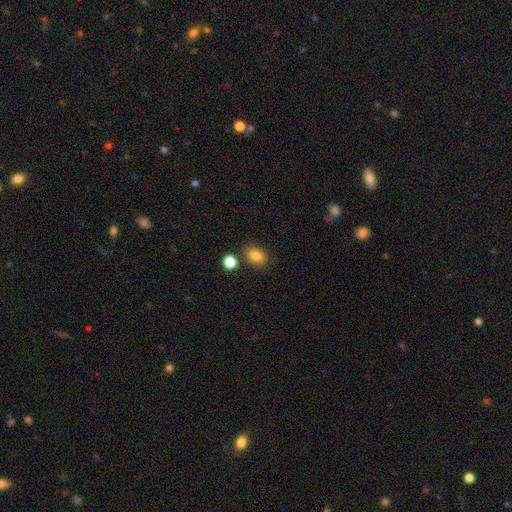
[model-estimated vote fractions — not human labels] A smooth galaxy with no disk features (84%) that is in between round and cigar-shaped (68%). Merging: none (78%).